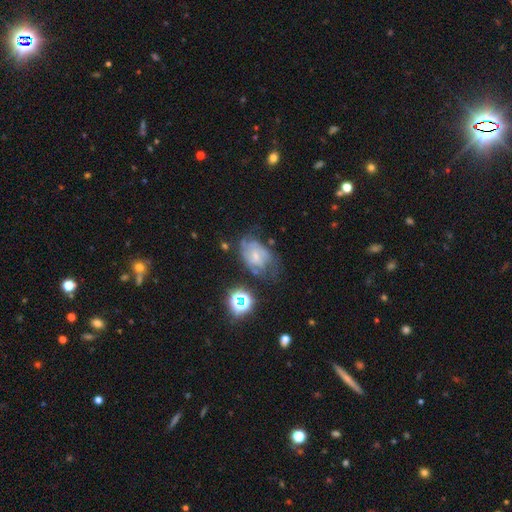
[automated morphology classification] featured or disk 57%, smooth 28%, star or artifact 14%. Down the decision tree: edge-on disk — no (96%); bar — no (56%); spiral arms — yes (72%); bulge size — small (60%); merging — none (40%).